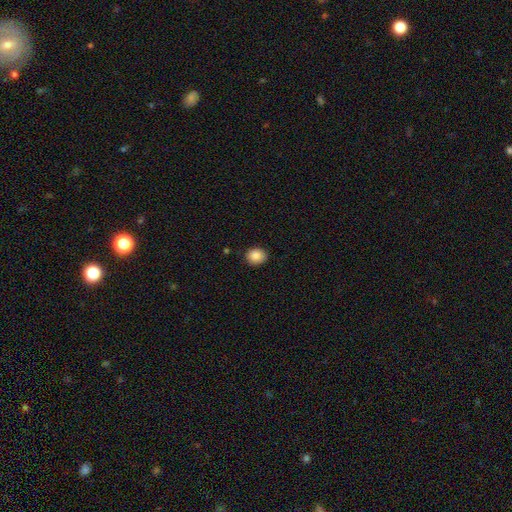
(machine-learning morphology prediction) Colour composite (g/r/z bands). It shows a smooth galaxy with no disk features (88%) that is round (61%). Merging: none (87%).